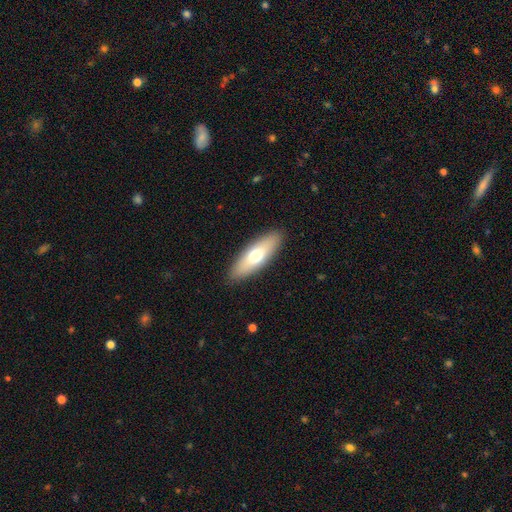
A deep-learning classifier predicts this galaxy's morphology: Smooth or featured: smooth — 66% (featured or disk — 28%)
How rounded: in between — 54% (cigar-shaped — 43%)
Merging: none — 90% (minor disturbance — 8%)